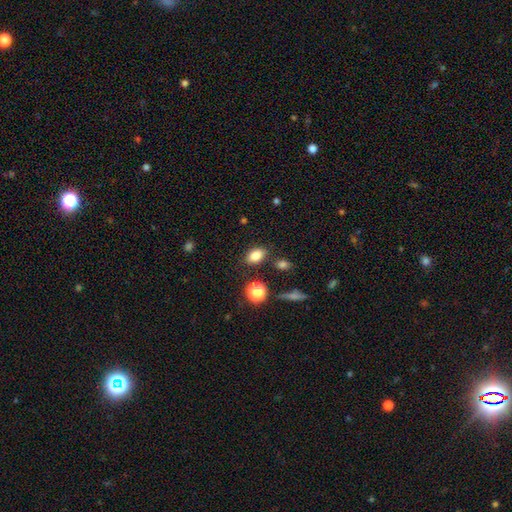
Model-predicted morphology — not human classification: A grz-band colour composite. It shows a smooth galaxy with no disk features (81%) that is in between round and cigar-shaped (80%). Merging: none (81%).